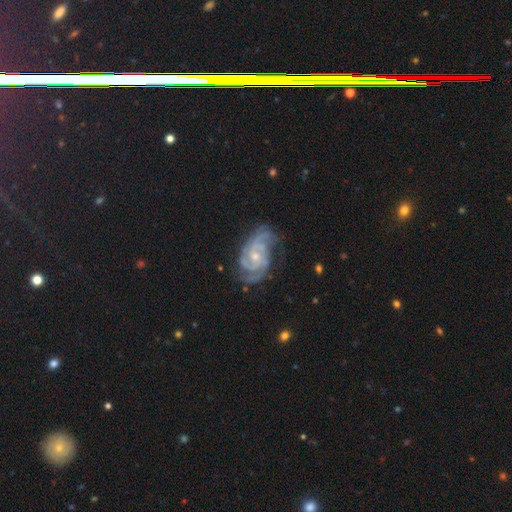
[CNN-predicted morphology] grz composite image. It shows a featured or disk galaxy (92%) with no bar (65%), 3 (40%) tight (62%) spiral arms (98%) and a small central bulge (64%). Merging: none (70%).